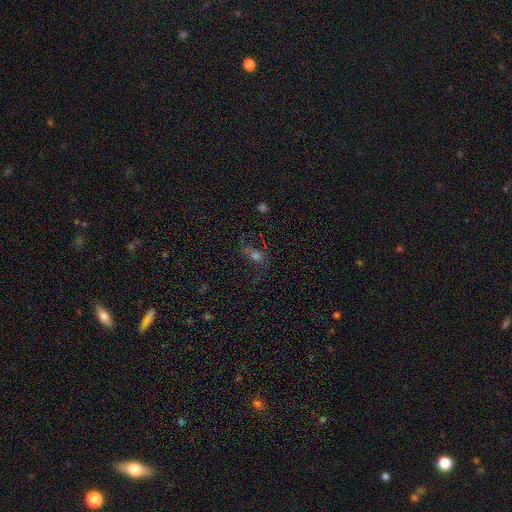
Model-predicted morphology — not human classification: This appears to be a smooth galaxy with no disk features (41%). Merging: none (53%).